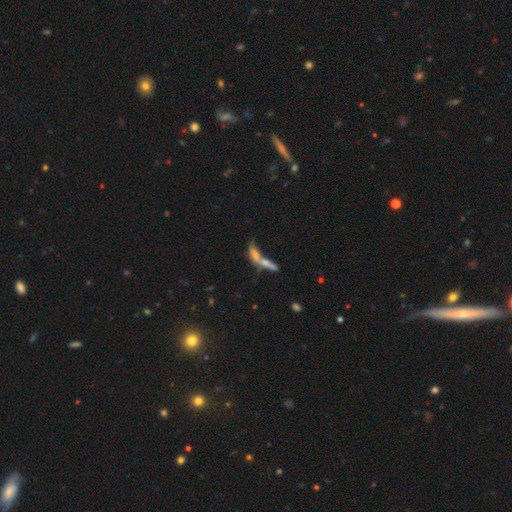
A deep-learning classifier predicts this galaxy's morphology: Smooth or featured?
  - smooth: 43% *
  - featured or disk: 40%
  - star or artifact: 17%
Merging?
  - merger: 58% *
  - none: 23%
  - major disturbance: 10%
  - minor disturbance: 8%